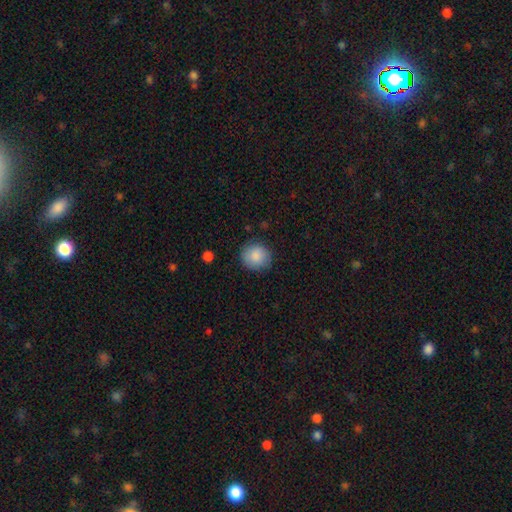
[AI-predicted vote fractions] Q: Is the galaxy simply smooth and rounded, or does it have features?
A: smooth — 87%.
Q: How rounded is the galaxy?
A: round — 87%.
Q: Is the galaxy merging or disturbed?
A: none — 84%.